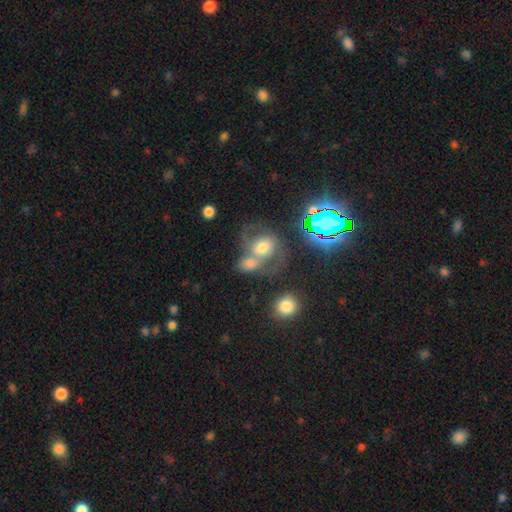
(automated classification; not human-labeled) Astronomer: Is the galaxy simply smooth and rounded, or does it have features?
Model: featured or disk — 42% (runner-up: smooth, 32%).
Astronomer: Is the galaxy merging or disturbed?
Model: merger — 56%.